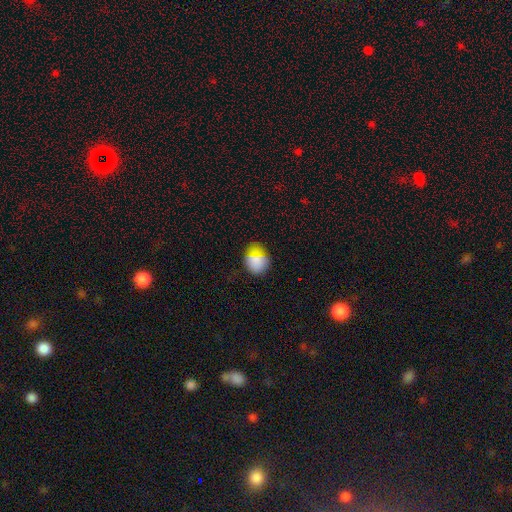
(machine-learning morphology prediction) A smooth galaxy with no disk features (76%) that is round (61%). Merging: none (81%).